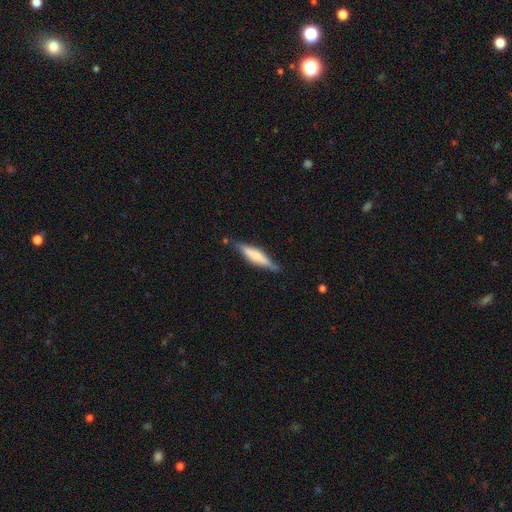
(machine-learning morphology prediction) smooth_or_featured: featured or disk (p=0.48) [alt: smooth p=0.46]
merging: none (p=0.79) [alt: minor disturbance p=0.16]